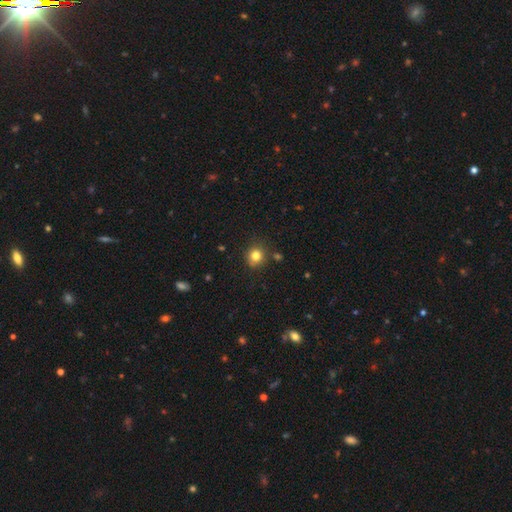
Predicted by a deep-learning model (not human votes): Q: Smooth or featured?
A: smooth (81%); runner-up: star or artifact (13%)
Q: How rounded?
A: round (86%); runner-up: in between (13%)
Q: Merging?
A: none (85%); runner-up: minor disturbance (9%)